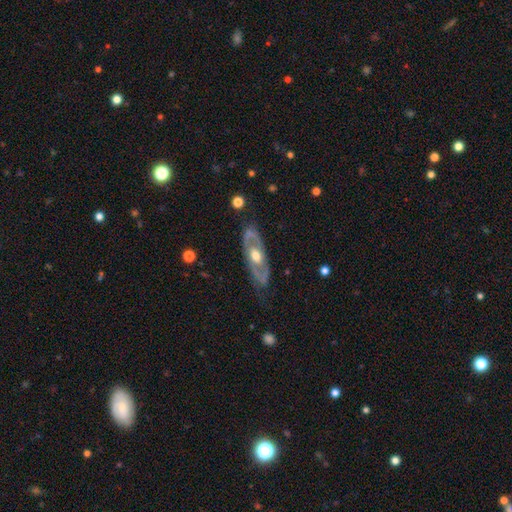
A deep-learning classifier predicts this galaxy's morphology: smooth_or_featured: featured or disk (p=0.69) [alt: smooth p=0.23]
disk_edge_on: no (p=0.72) [alt: yes p=0.28]
merging: none (p=0.82) [alt: minor disturbance p=0.12]